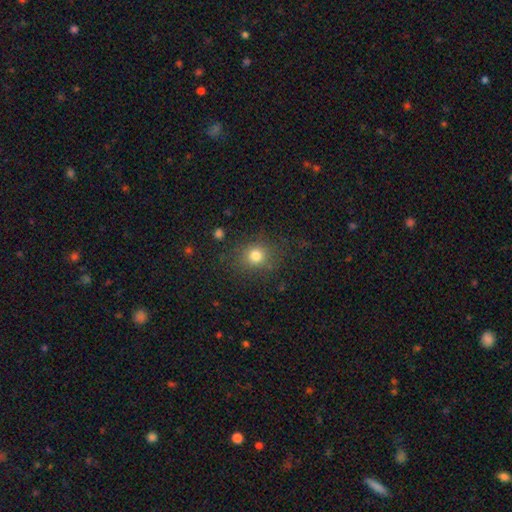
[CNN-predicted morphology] The model was most divided on "how rounded": round: 76%, in between: 23%, cigar-shaped: 1%. More confident: merging — none (81%); smooth or featured — smooth (79%).